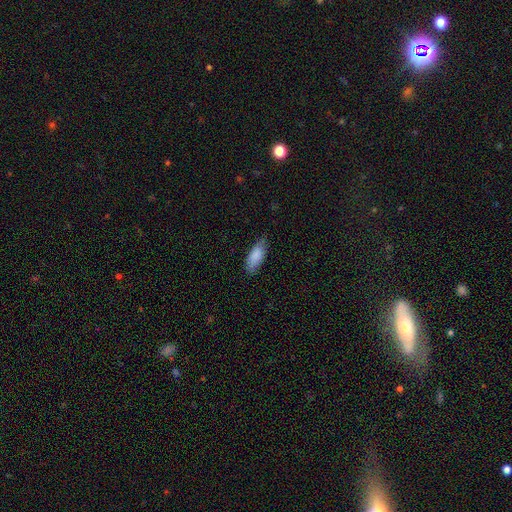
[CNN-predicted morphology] A smooth galaxy with no disk features (86%) that is in between round and cigar-shaped (78%).

Vote fractions:
- Smooth or featured? smooth: 86% / featured or disk: 8% / star or artifact: 6%
- How rounded? in between: 78% / cigar-shaped: 20% / round: 2%
- Merging? none: 72% / minor disturbance: 23% / major disturbance: 4% / merger: 1%